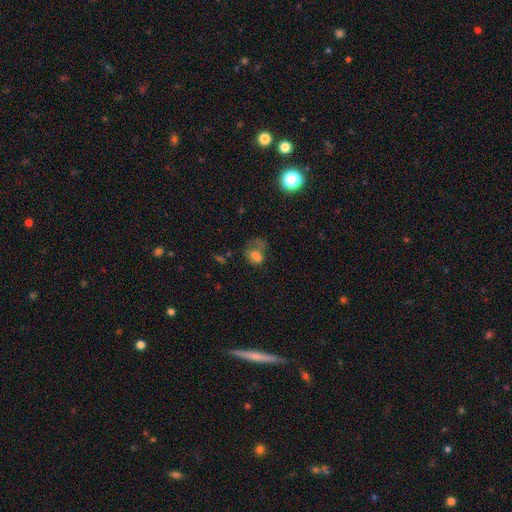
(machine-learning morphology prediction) type=smooth (65%); roundness=in between (62%); merging=major disturbance (36%).